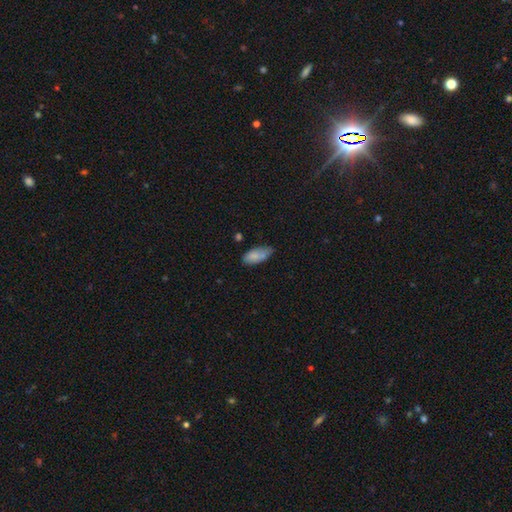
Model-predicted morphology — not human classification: Smooth or featured?
  - smooth: 82% *
  - featured or disk: 10%
  - star or artifact: 7%
How rounded?
  - in between: 86% *
  - cigar-shaped: 12%
  - round: 2%
Merging?
  - none: 58% *
  - minor disturbance: 33%
  - major disturbance: 6%
  - merger: 4%